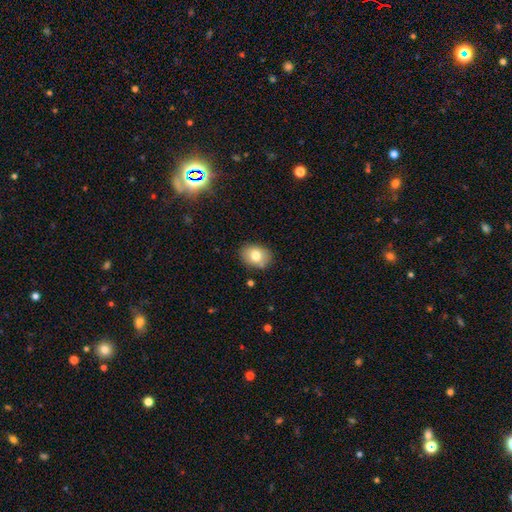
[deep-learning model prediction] Smooth or featured? smooth (78%)
How rounded? in between (67%)
Merging? none (83%)